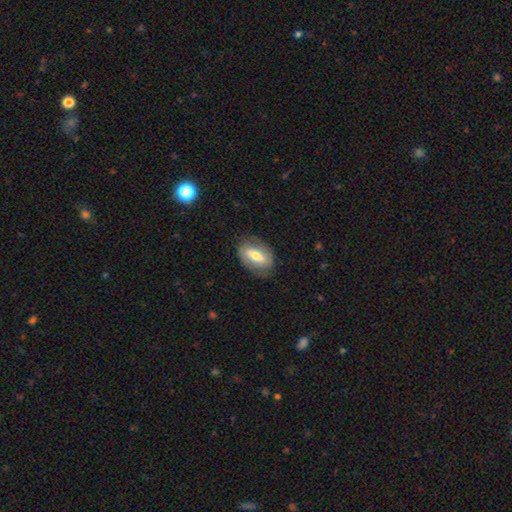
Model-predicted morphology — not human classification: type=featured or disk (51%); edge-on=no (91%); merging=none (79%).